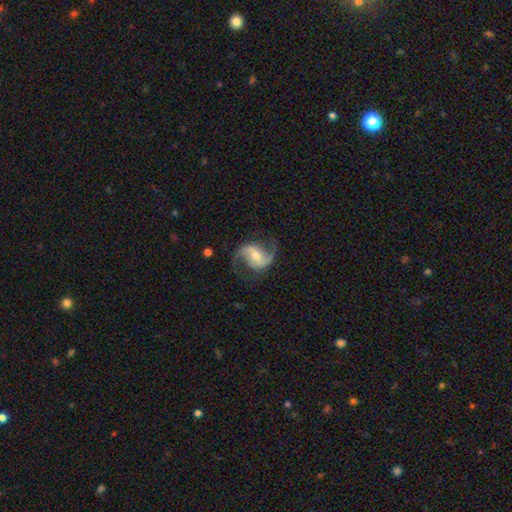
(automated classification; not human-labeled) Smooth or featured?
  - featured or disk: 89% *
  - smooth: 6%
  - star or artifact: 5%
Edge-on disk?
  - no: 97% *
  - yes: 3%
Bar?
  - weak: 43% *
  - strong: 31%
  - no: 26%
Spiral arms?
  - yes: 97% *
  - no: 3%
Spiral winding?
  - loose: 54% *
  - medium: 38%
  - tight: 8%
Spiral arm count?
  - 2: 93% *
  - 1: 2%
  - can't tell: 2%
  - 3: 1%
  - 4: 1%
  - more than 4: 1%
Bulge size?
  - moderate: 54% *
  - small: 39%
  - large: 4%
  - none: 2%
  - dominant: 1%
Merging?
  - none: 76% *
  - minor disturbance: 15%
  - major disturbance: 8%
  - merger: 1%